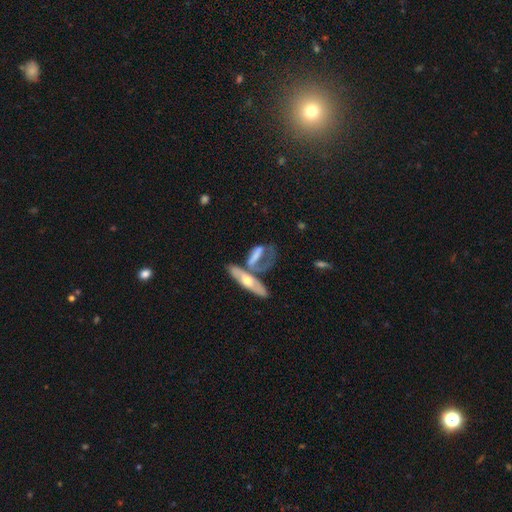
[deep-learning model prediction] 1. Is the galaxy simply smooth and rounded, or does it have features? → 48% smooth, 45% featured or disk, 7% star or artifact.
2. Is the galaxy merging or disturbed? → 38% merger, 29% none, 17% major disturbance, 16% minor disturbance.